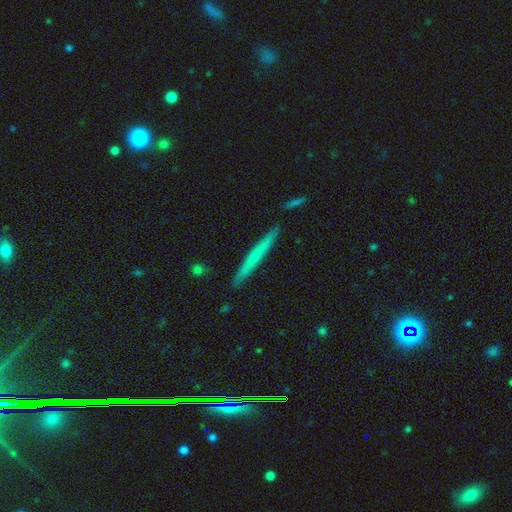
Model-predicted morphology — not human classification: featured or disk 47% (tied), smooth 47% (tied), star or artifact 6%. Down the decision tree: merging — none (90%).